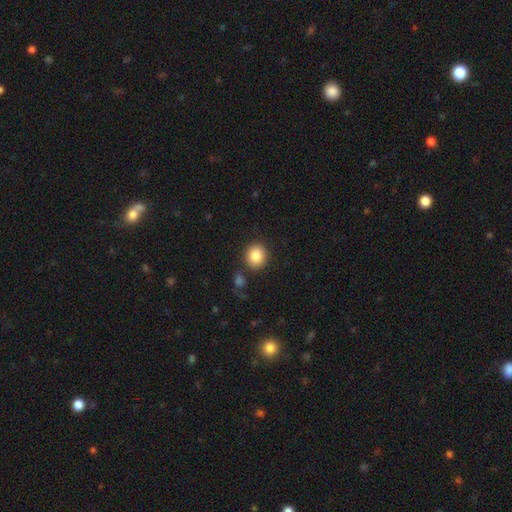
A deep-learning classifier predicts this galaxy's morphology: This is clearly a smooth galaxy (86%). How rounded: clearly round (86%). Merging: clearly none (85%).